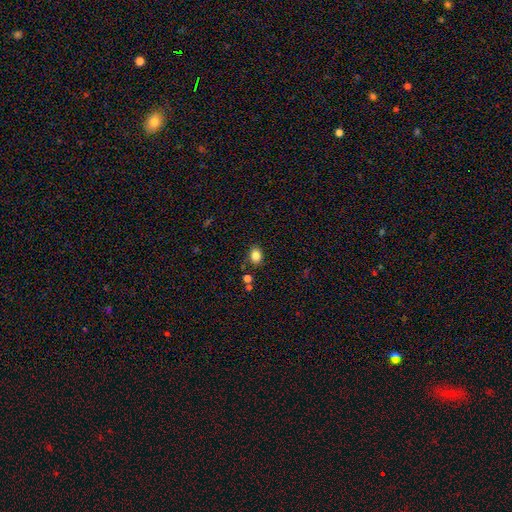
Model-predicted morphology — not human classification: smooth-or-featured: smooth: 84% | star or artifact: 11% | featured or disk: 6%
  how-rounded: in between: 60% | round: 39% | cigar-shaped: 1%
  merging: none: 83% | minor disturbance: 11% | merger: 4% | major disturbance: 3%